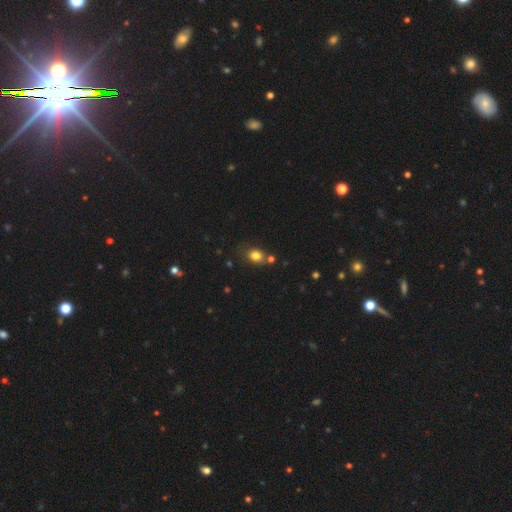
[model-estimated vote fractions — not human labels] This appears to be a smooth galaxy with no disk features (81%) that is round (53%). Merging: none (66%).